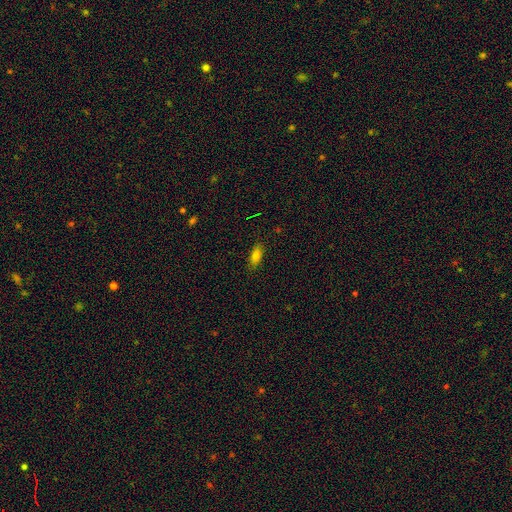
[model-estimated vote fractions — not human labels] Morphology: type=smooth (78%); roundness=in between (77%); merging=none (84%).